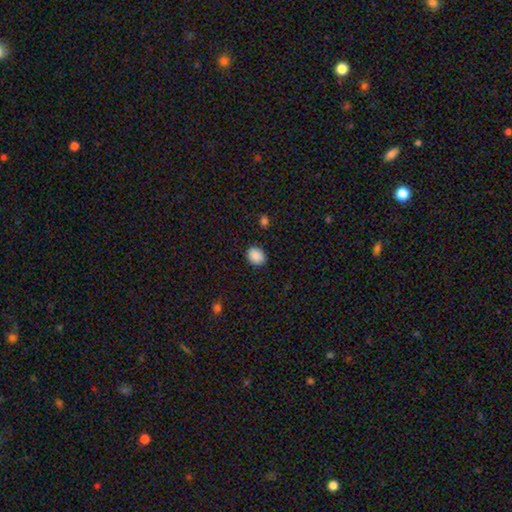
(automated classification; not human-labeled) Smooth or featured? smooth (89%)
How rounded? in between (57%)
Merging? none (87%)